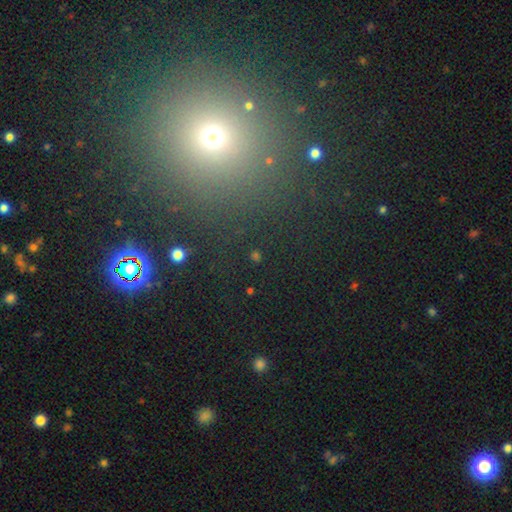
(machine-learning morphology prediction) star or artifact 53%, smooth 38%, featured or disk 9%.